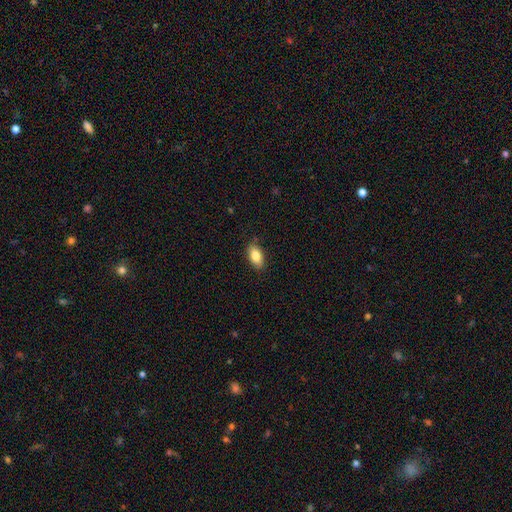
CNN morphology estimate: Smooth or featured?
  - smooth: 83% *
  - featured or disk: 10%
  - star or artifact: 7%
How rounded?
  - in between: 91% *
  - round: 6%
  - cigar-shaped: 4%
Merging?
  - none: 85% *
  - minor disturbance: 12%
  - major disturbance: 2%
  - merger: 1%